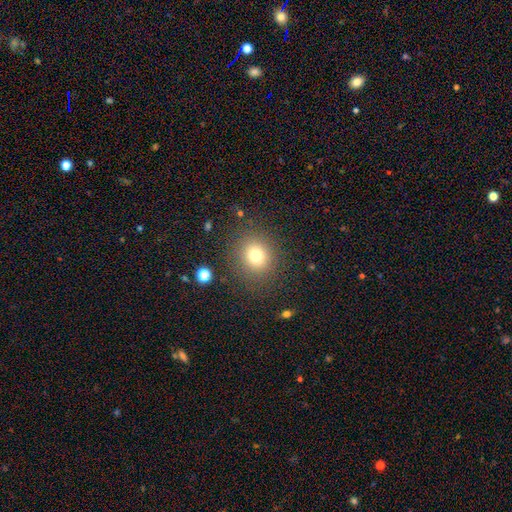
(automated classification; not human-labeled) Smooth or featured? smooth (75%)
How rounded? round (84%)
Merging? none (85%)